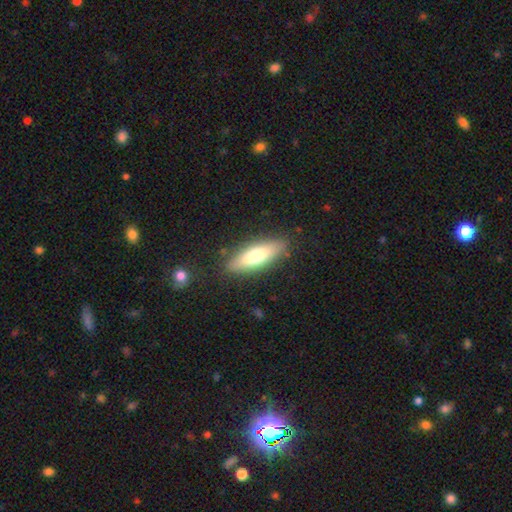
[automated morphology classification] A smooth galaxy with no disk features (66%) that is in between round and cigar-shaped (49%, tied with cigar-shaped).

Vote fractions:
- Smooth or featured? smooth: 66% / featured or disk: 28% / star or artifact: 6%
- How rounded? in between: 49% (tied) / cigar-shaped: 49% (tied) / round: 2%
- Merging? none: 84% / minor disturbance: 11% / major disturbance: 3% / merger: 2%